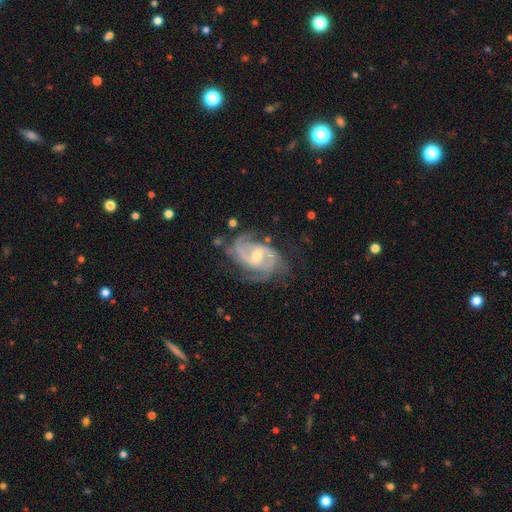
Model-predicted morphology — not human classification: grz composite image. It shows a featured or disk galaxy (90%) with a weak bar (50%), 2 (62%) medium (50%) spiral arms (98%) and a moderate central bulge (52%). Merging: none (67%).